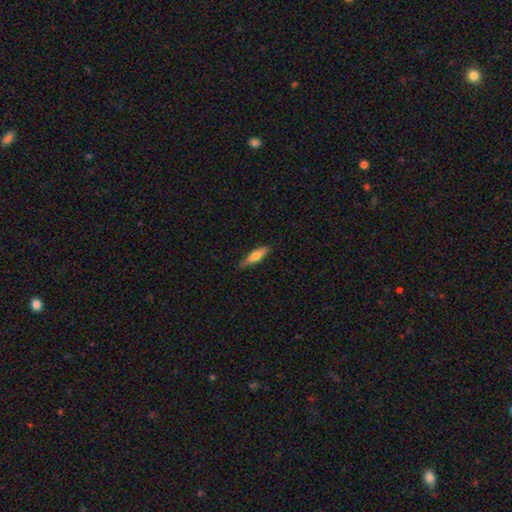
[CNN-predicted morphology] Overall: smooth (62%; featured or disk 32%). How rounded: cigar-shaped (65%; in between 33%). Merging: none (80%).